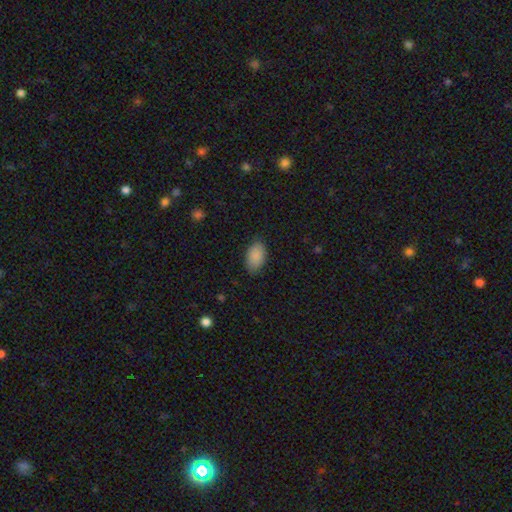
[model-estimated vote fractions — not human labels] Morphology: type=smooth (89%); roundness=in between (93%); merging=none (81%).